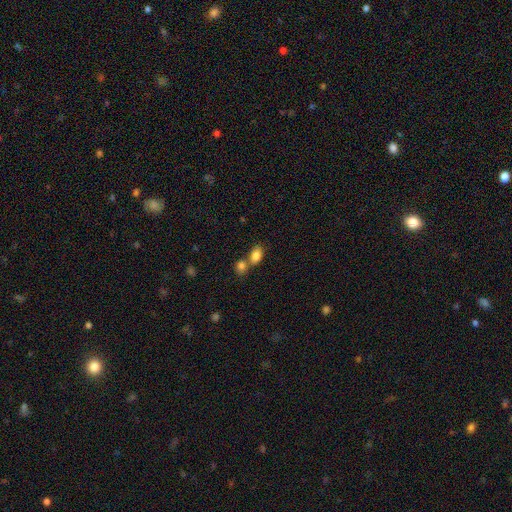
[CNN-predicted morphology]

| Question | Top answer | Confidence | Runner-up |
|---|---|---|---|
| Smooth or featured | smooth | 84% | star or artifact (9%) |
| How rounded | in between | 86% | round (11%) |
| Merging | merger | 46% | none (40%) |